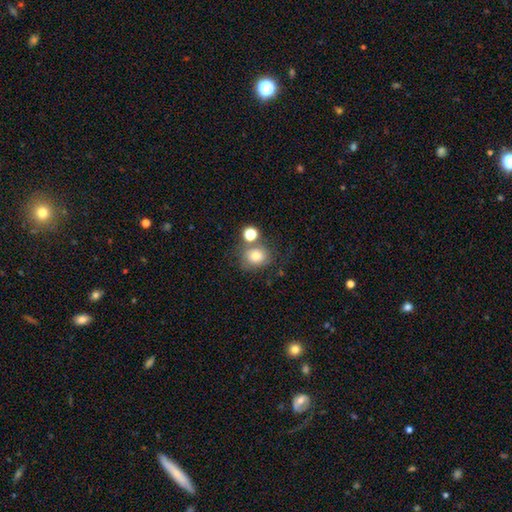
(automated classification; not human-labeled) smooth_or_featured: smooth (p=0.75) [alt: star or artifact p=0.12]
how_rounded: round (p=0.70) [alt: in between p=0.29]
merging: none (p=0.58) [alt: merger p=0.21]